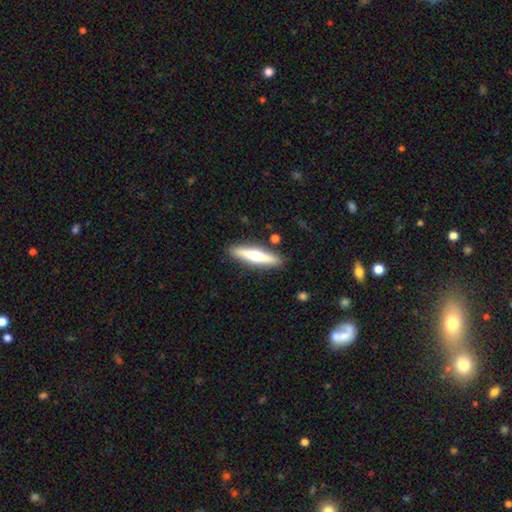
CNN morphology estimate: smooth_or_featured: smooth (p=0.47) [tied with: featured or disk p=0.47]
merging: none (p=0.88) [alt: minor disturbance p=0.08]